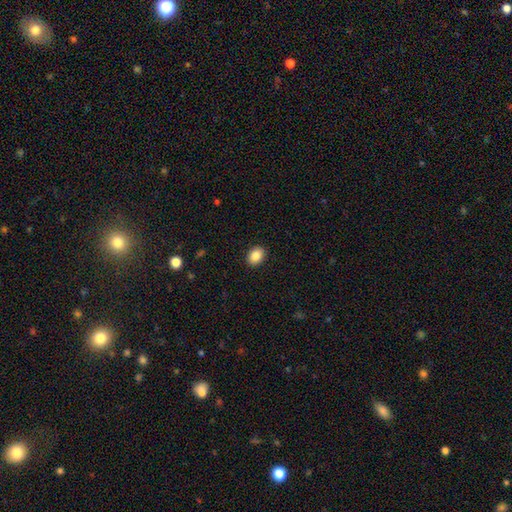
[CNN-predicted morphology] A smooth galaxy with no disk features (87%) that is in between round and cigar-shaped (71%).

Vote fractions:
- Smooth or featured? smooth: 87% / star or artifact: 8% / featured or disk: 5%
- How rounded? in between: 71% / round: 28% / cigar-shaped: 1%
- Merging? none: 91% / minor disturbance: 7% / major disturbance: 2% / merger: 1%